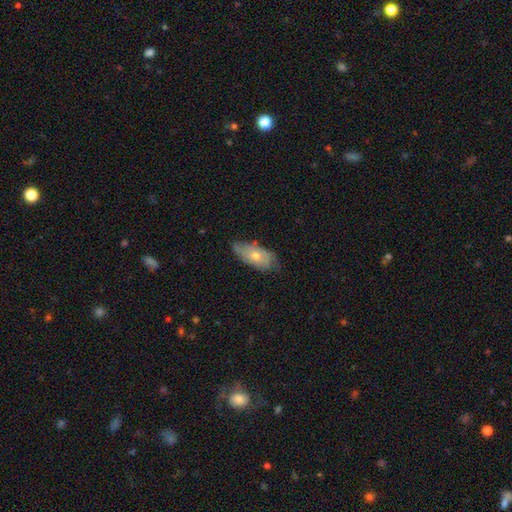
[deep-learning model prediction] Overall: smooth (46%, tied with featured or disk). Merging: none (65%; minor disturbance 28%).